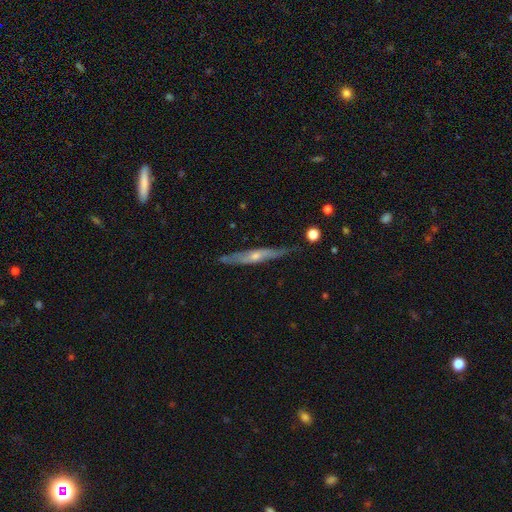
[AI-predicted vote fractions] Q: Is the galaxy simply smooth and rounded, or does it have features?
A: featured or disk — 69%.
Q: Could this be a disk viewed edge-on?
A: yes — 88%.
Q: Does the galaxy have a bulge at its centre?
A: rounded — 70%.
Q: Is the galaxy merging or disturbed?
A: none — 78%.